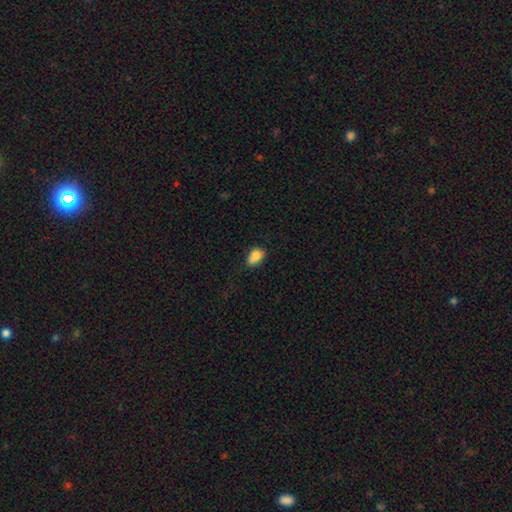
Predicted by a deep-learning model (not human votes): Morphology: type=smooth (78%); roundness=in between (72%); merging=none (43%).